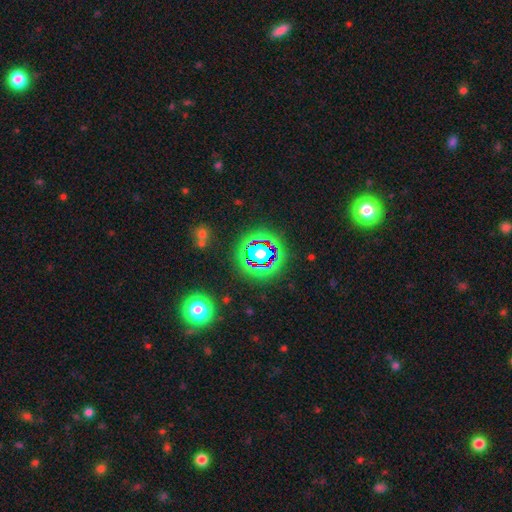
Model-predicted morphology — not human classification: This appears to be a star or artifact, not a galaxy (78%).